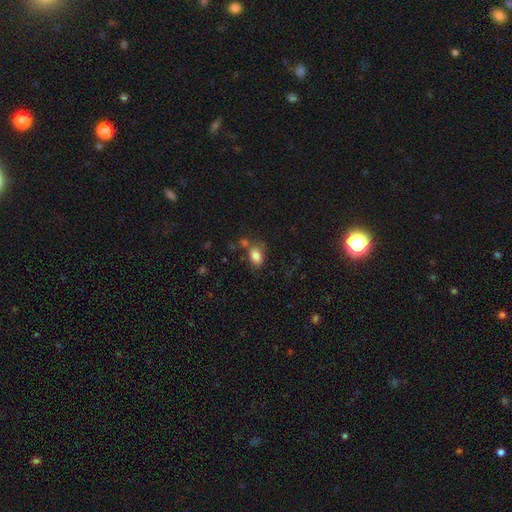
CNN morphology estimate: A smooth galaxy with no disk features (82%) that is in between round and cigar-shaped (77%).

Vote fractions:
- Smooth or featured? smooth: 82% / star or artifact: 10% / featured or disk: 8%
- How rounded? in between: 77% / round: 22% / cigar-shaped: 1%
- Merging? none: 65% / minor disturbance: 16% / merger: 13% / major disturbance: 5%